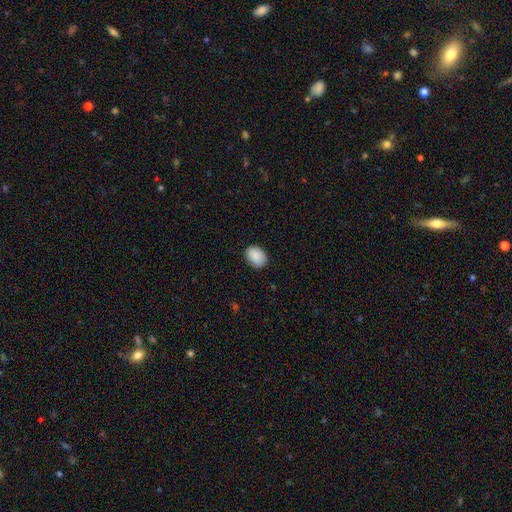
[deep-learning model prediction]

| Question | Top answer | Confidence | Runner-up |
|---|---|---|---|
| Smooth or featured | smooth | 89% | star or artifact (7%) |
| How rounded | in between | 70% | round (29%) |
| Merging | none | 82% | minor disturbance (14%) |